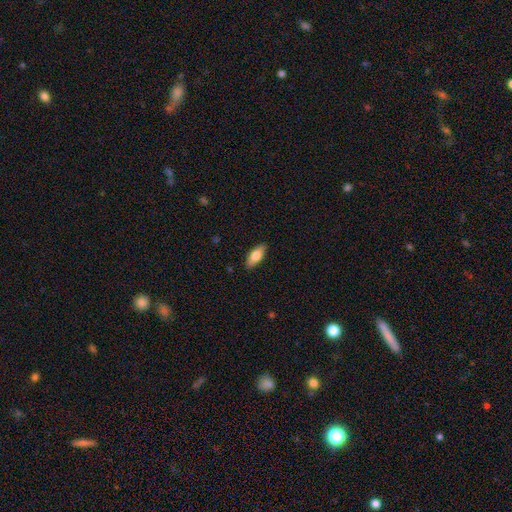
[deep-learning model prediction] A smooth galaxy with no disk features (75%) that is in between round and cigar-shaped (79%).

Vote fractions:
- Smooth or featured? smooth: 75% / featured or disk: 19% / star or artifact: 6%
- How rounded? in between: 79% / cigar-shaped: 19% / round: 2%
- Merging? none: 88% / minor disturbance: 9% / major disturbance: 2% / merger: 1%